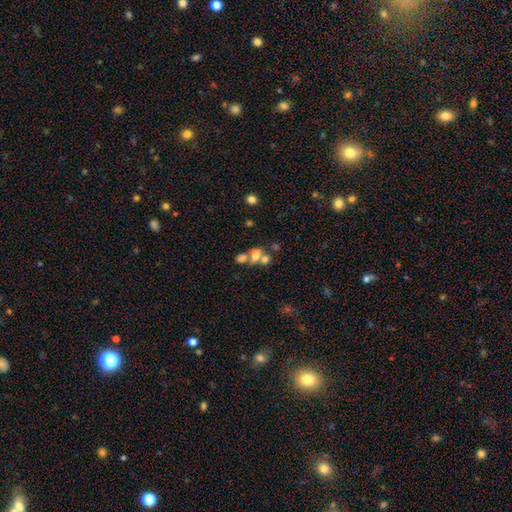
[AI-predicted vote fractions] Smooth or featured?
  - smooth: 63% *
  - featured or disk: 22%
  - star or artifact: 14%
How rounded?
  - in between: 59% *
  - round: 39%
  - cigar-shaped: 2%
Merging?
  - merger: 59% *
  - none: 26%
  - minor disturbance: 8%
  - major disturbance: 7%